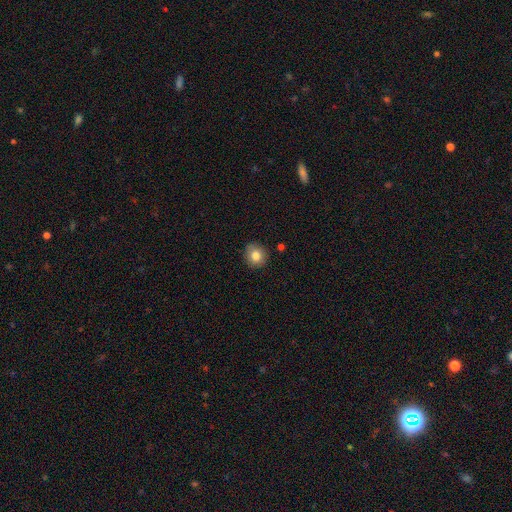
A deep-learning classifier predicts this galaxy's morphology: Overall: smooth (81%). How rounded: round (88%). Merging: none (88%).